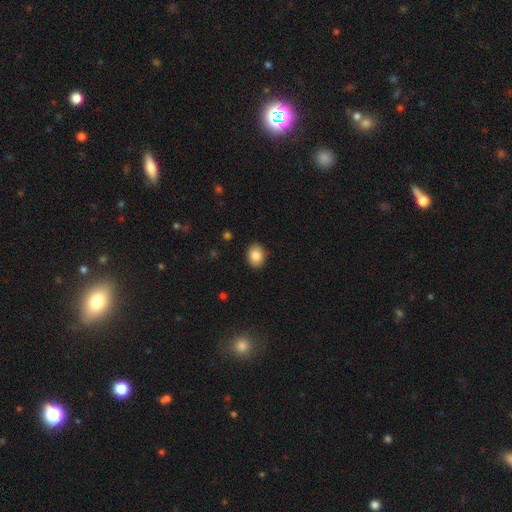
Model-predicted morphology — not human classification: The model was most divided on "how rounded": in between: 61%, round: 38%, cigar-shaped: 1%. More confident: merging — none (89%); smooth or featured — smooth (85%).